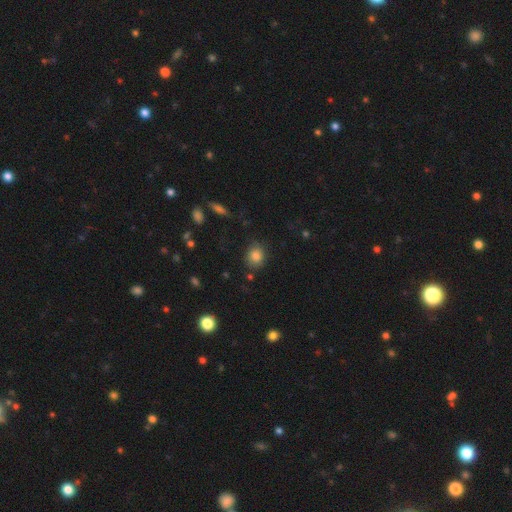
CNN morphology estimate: Smooth or featured: smooth — 82% (star or artifact — 11%)
How rounded: round — 63% (in between — 36%)
Merging: none — 76% (minor disturbance — 17%)